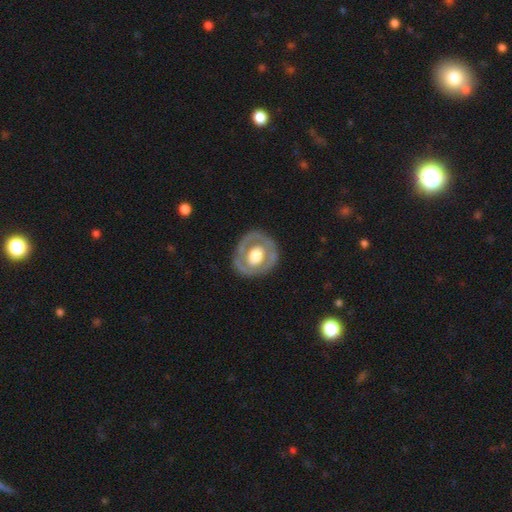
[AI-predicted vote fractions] A featured or disk galaxy (63%) with no bar (77%), no spiral arms (71%) and a large central bulge (50%). Merging: none (78%).